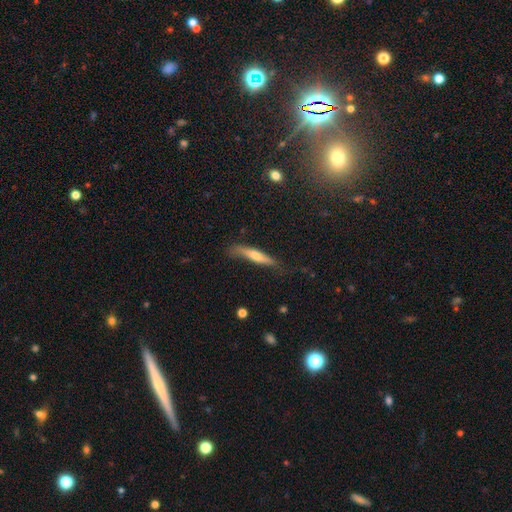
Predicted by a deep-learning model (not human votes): The model was most divided on "smooth or featured": smooth: 53%, featured or disk: 41%, star or artifact: 7%. More confident: how rounded — cigar-shaped (89%); merging — none (65%).